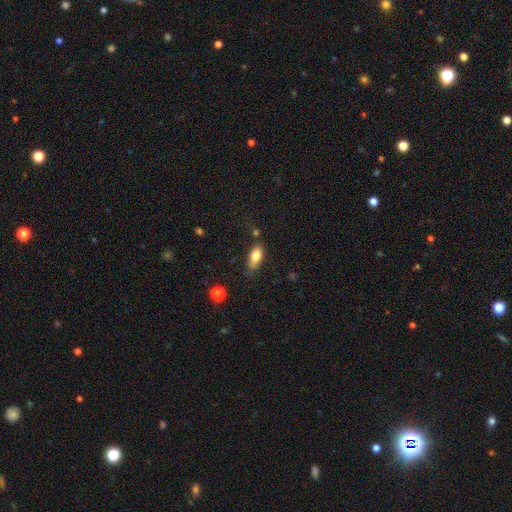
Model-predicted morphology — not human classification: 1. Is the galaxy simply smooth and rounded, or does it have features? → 78% smooth, 14% featured or disk, 8% star or artifact.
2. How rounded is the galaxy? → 84% in between, 12% cigar-shaped, 4% round.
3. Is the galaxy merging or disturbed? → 68% none, 22% minor disturbance, 6% major disturbance, 5% merger.